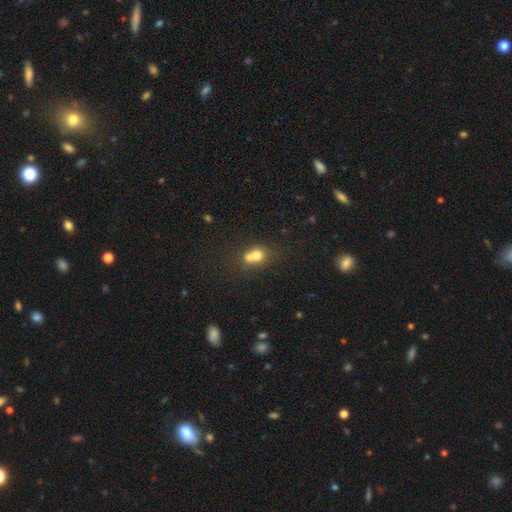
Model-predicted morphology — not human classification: Smooth or featured: smooth — 69% (featured or disk — 18%)
How rounded: round — 72% (in between — 27%)
Merging: merger — 63% (none — 28%)